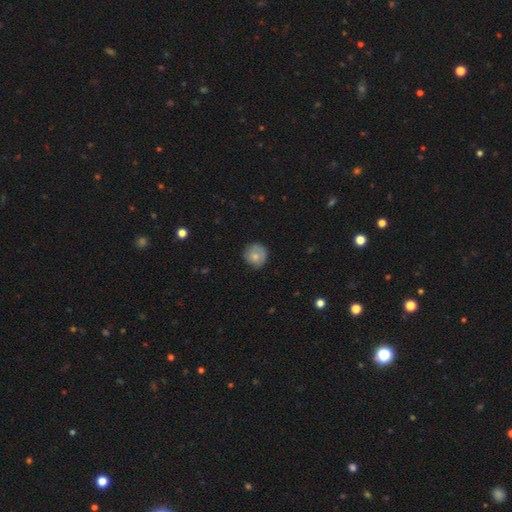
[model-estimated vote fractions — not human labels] This appears to be a smooth galaxy with no disk features (71%) that is round (91%). Merging: none (77%).